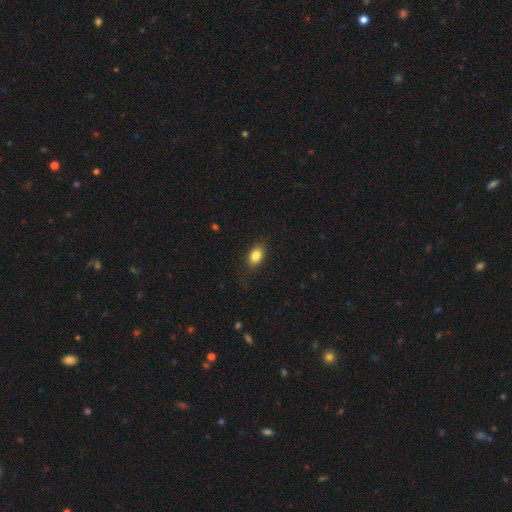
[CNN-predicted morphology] smooth 84%, featured or disk 8%, star or artifact 8%. Down the decision tree: how rounded — in between (83%); merging — none (83%).